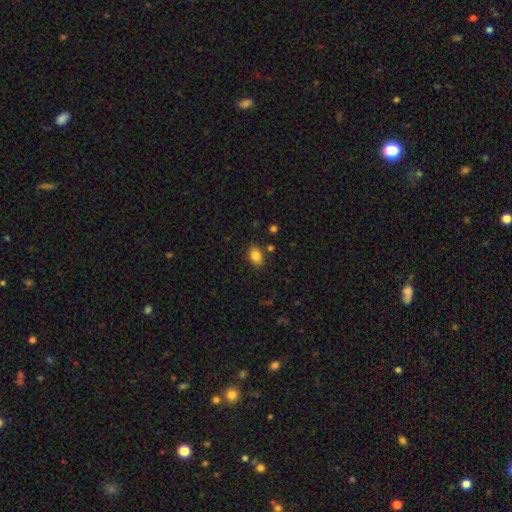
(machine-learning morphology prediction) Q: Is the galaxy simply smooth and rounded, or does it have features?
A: smooth — 85%.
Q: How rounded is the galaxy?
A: in between — 76%.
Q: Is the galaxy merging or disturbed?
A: none — 82%.